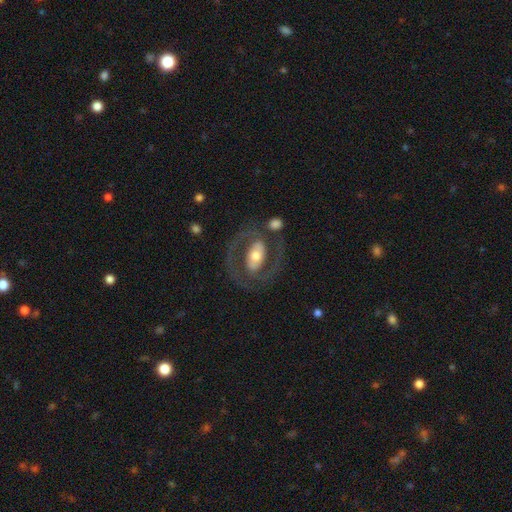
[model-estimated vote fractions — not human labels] A featured or disk galaxy (75%) with a strong bar (38%), spiral arms (70%) and a moderate central bulge (62%).

Vote fractions:
- Smooth or featured? featured or disk: 75% / smooth: 19% / star or artifact: 5%
- Edge-on disk? no: 95% / yes: 5%
- Bar? strong: 38% / no: 33% / weak: 29%
- Spiral arms? yes: 70% / no: 30%
- Bulge size? moderate: 62% / small: 20% / large: 15% / dominant: 2% / none: 1%
- Merging? none: 69% / major disturbance: 13% / minor disturbance: 13% / merger: 5%